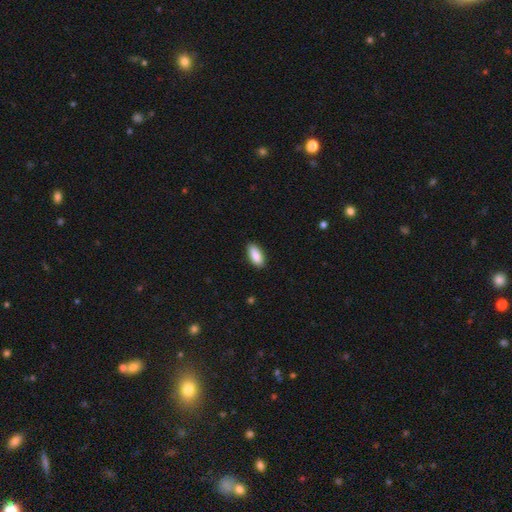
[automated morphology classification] Overall: smooth (89%). How rounded: in between (84%). Merging: none (88%).